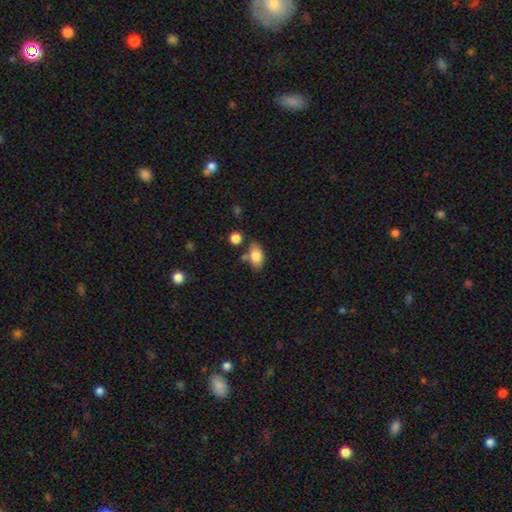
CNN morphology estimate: smooth_or_featured: smooth (p=0.81) [alt: featured or disk p=0.12]
how_rounded: in between (p=0.90) [alt: round p=0.07]
merging: none (p=0.70) [alt: minor disturbance p=0.14]